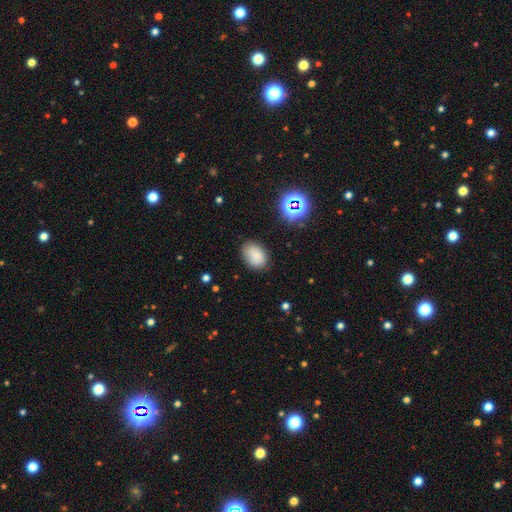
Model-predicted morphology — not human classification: type=smooth (79%); roundness=in between (80%); merging=none (74%).